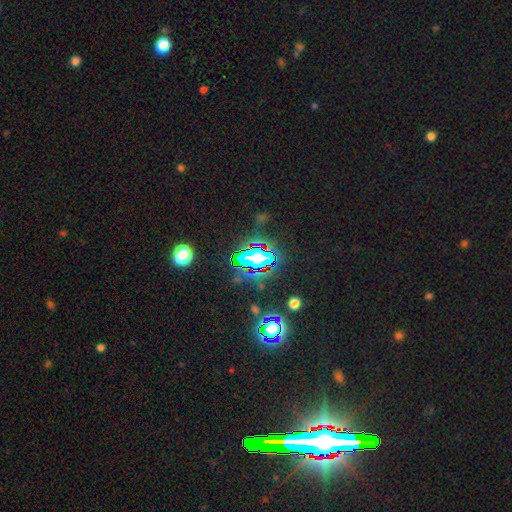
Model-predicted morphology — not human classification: type=star or artifact (80%).